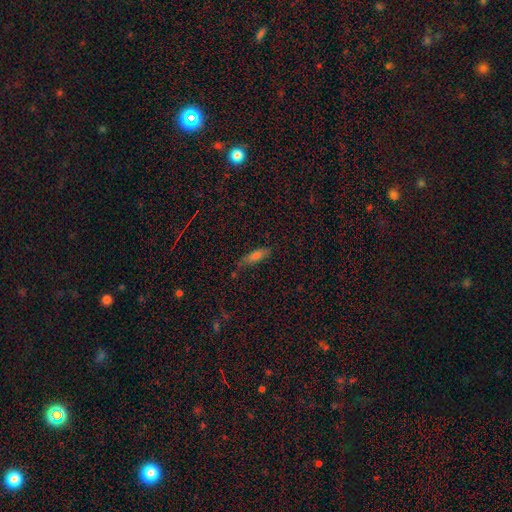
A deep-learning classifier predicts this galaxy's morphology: Smooth or featured?
  - smooth: 66% *
  - featured or disk: 20%
  - star or artifact: 14%
How rounded?
  - cigar-shaped: 50% *
  - in between: 47%
  - round: 3%
Merging?
  - none: 71% *
  - minor disturbance: 21%
  - major disturbance: 5%
  - merger: 4%